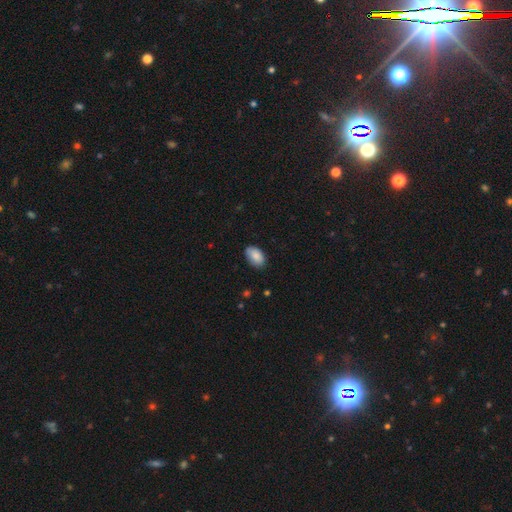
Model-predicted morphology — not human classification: smooth-or-featured: smooth: 87% | star or artifact: 7% | featured or disk: 6%
  how-rounded: in between: 93% | round: 6% | cigar-shaped: 1%
  merging: none: 80% | minor disturbance: 17% | major disturbance: 3% | merger: 1%